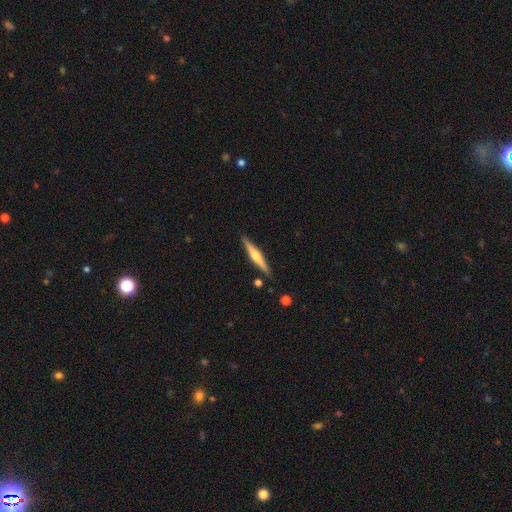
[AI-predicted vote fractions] The model was most divided on "smooth or featured": featured or disk: 65%, smooth: 30%, star or artifact: 5%. More confident: edge-on disk — yes (98%); merging — none (88%); edge-on bulge — rounded (87%).